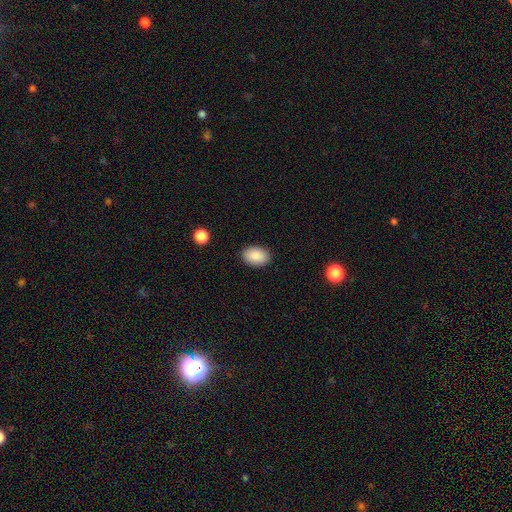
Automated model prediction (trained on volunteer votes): Smooth or featured? Predicted: smooth (p=0.89). How rounded? Predicted: in between (p=0.85). Merging? Predicted: none (p=0.88).